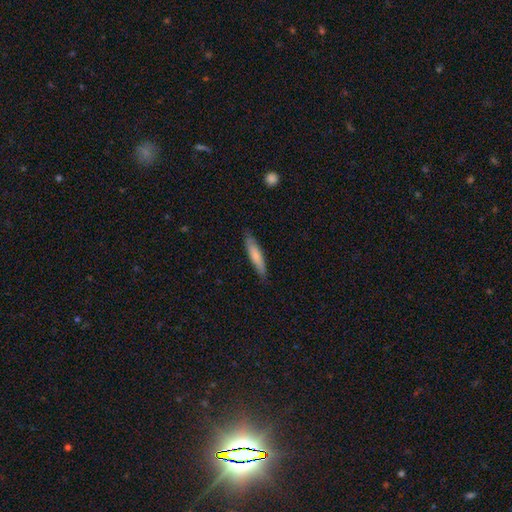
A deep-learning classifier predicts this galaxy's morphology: The model was most divided on "smooth or featured": smooth: 72%, featured or disk: 23%, star or artifact: 5%. More confident: merging — none (84%); how rounded — cigar-shaped (83%).